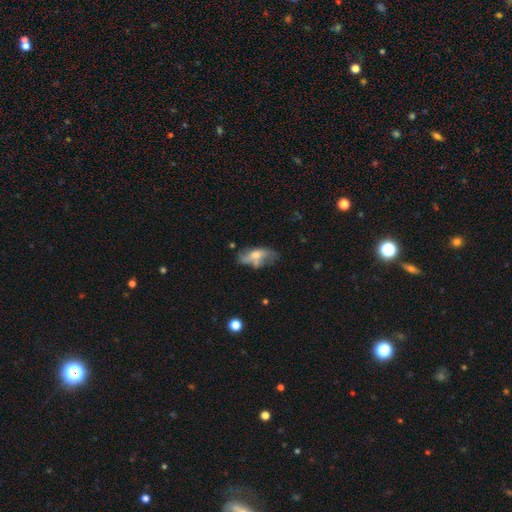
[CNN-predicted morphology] Smooth or featured? smooth (48%)
Merging? none (41%)